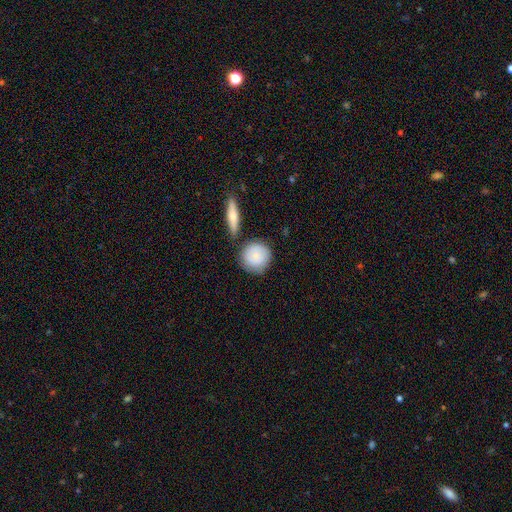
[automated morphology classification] A smooth galaxy with no disk features (80%) that is round (89%). Merging: none (74%).